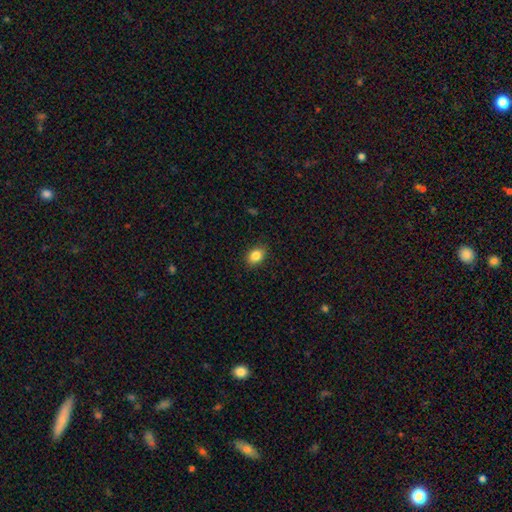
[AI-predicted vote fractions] Smooth or featured? Predicted: smooth (p=0.85). How rounded? Predicted: in between (p=0.64). Merging? Predicted: none (p=0.88).